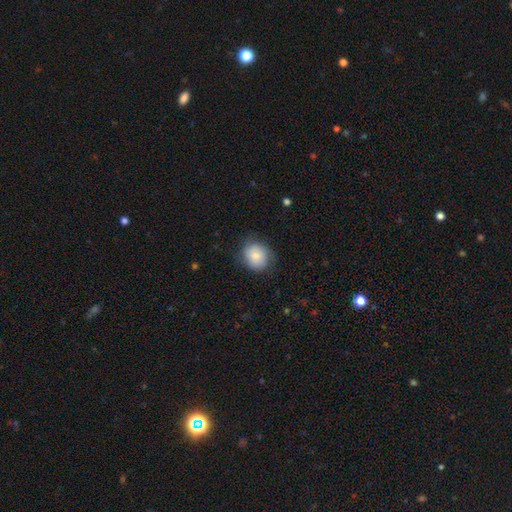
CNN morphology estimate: A smooth galaxy with no disk features (80%) that is round (76%). Merging: none (74%).